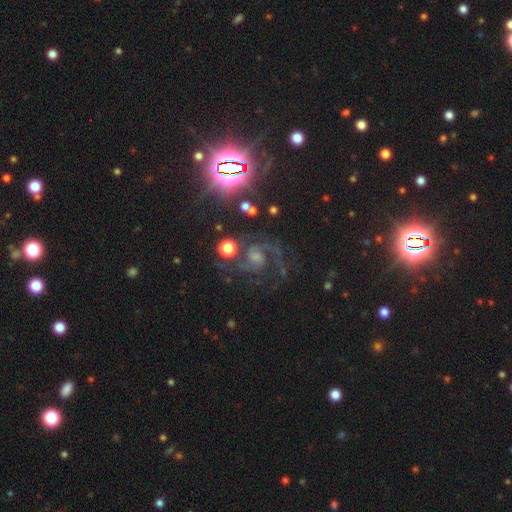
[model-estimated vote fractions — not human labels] Smooth or featured? featured or disk (61%)
Edge-on disk? no (97%)
Bar? no (51%)
Spiral arms? yes (94%)
Spiral winding? medium (52%)
Spiral arm count? 2 (64%)
Bulge size? small (39%)
Merging? none (63%)